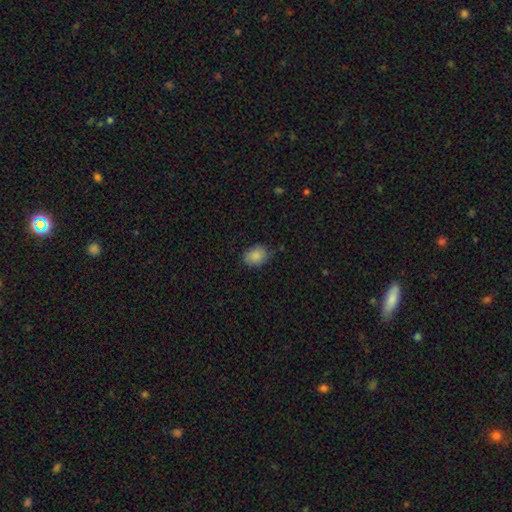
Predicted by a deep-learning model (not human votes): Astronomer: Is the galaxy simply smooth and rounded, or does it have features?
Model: smooth — 87%.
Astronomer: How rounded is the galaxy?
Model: in between — 67%.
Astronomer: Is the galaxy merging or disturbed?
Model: none — 76%.